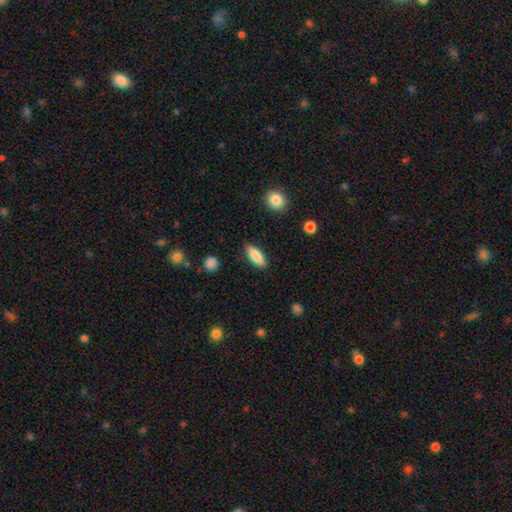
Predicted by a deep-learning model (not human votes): This appears to be a smooth galaxy with no disk features (86%) that is in between round and cigar-shaped (71%). Merging: none (87%).